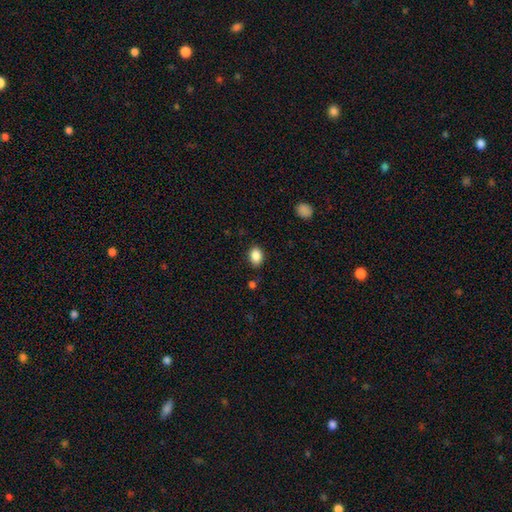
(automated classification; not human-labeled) Smooth or featured? smooth (87%)
How rounded? in between (73%)
Merging? none (84%)